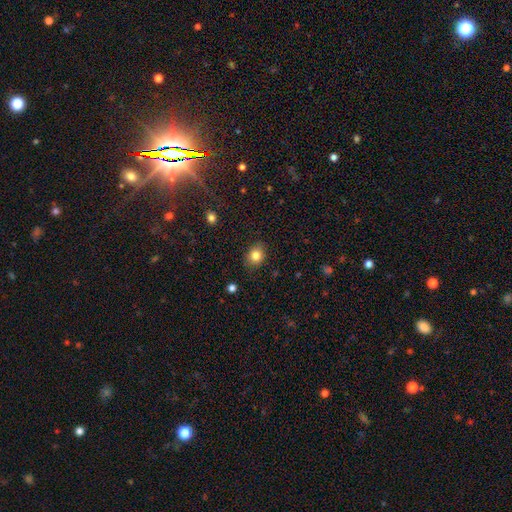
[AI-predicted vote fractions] Smooth or featured? Predicted: smooth (p=0.82). How rounded? Predicted: round (p=0.59). Merging? Predicted: none (p=0.86).